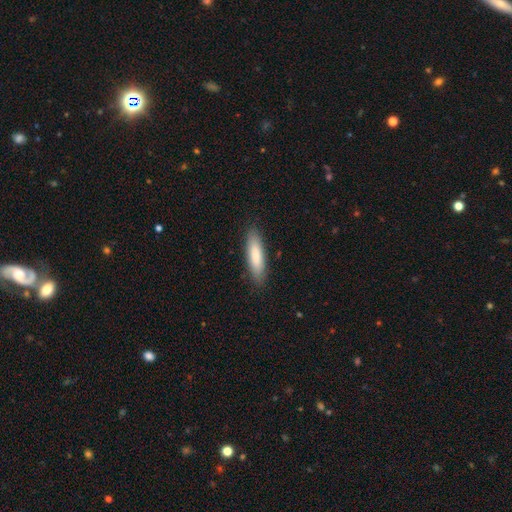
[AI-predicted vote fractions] Overall: smooth (84%). How rounded: cigar-shaped (69%; in between 29%). Merging: none (88%).